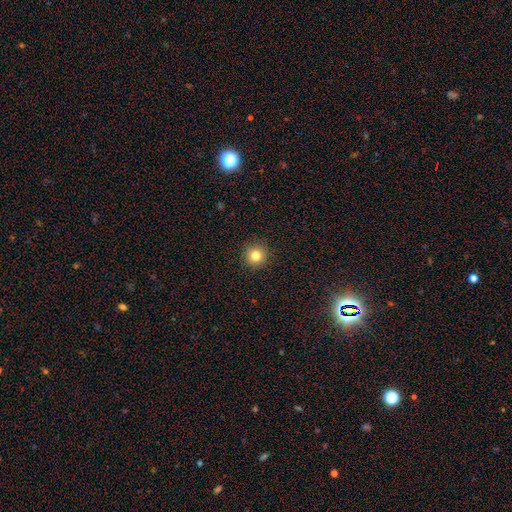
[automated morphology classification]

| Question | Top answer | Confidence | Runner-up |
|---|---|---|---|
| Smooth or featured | smooth | 81% | star or artifact (12%) |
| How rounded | round | 95% | in between (4%) |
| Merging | none | 92% | minor disturbance (5%) |